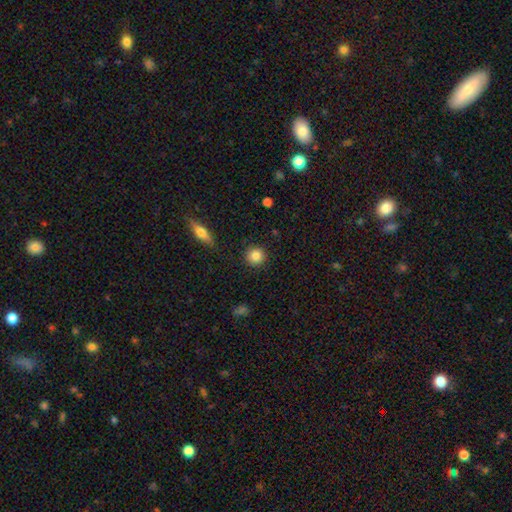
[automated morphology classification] This appears to be a smooth galaxy with no disk features (85%) that is round (92%). Merging: none (90%).